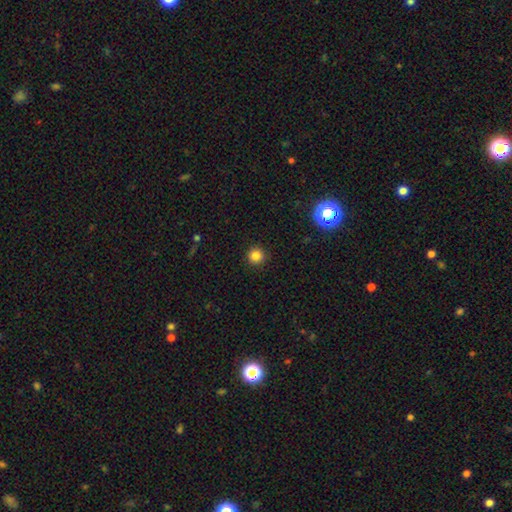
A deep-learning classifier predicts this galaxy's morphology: Smooth or featured? Predicted: smooth (p=0.84). How rounded? Predicted: round (p=0.94). Merging? Predicted: none (p=0.91).